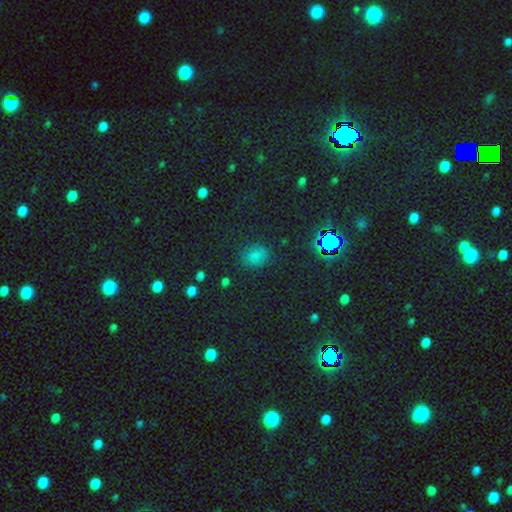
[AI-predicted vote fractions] Smooth or featured? smooth (65%)
How rounded? in between (55%)
Merging? none (78%)